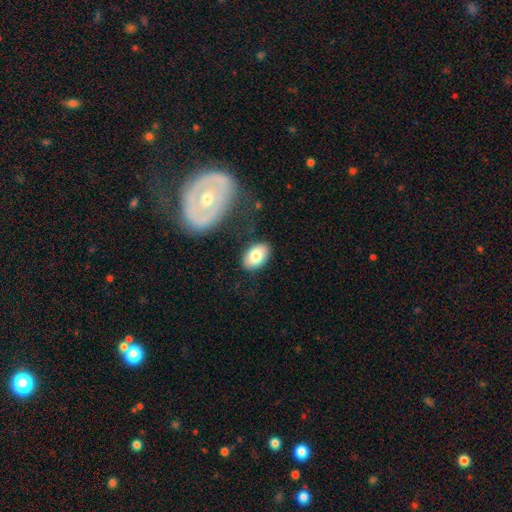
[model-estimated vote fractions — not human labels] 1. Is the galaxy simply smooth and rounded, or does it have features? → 79% smooth, 14% featured or disk, 7% star or artifact.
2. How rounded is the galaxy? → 90% in between, 9% round, 1% cigar-shaped.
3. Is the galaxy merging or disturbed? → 82% none, 11% minor disturbance, 3% merger, 3% major disturbance.